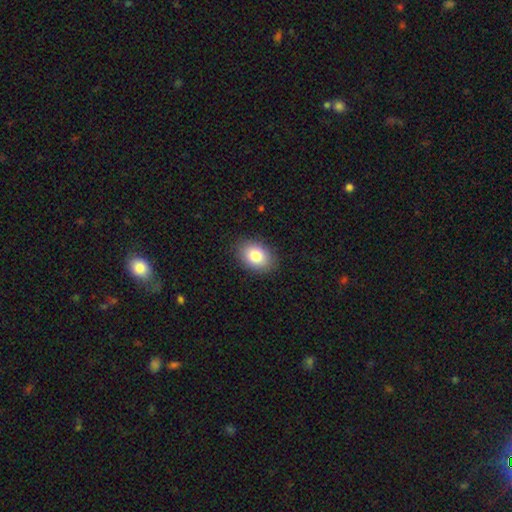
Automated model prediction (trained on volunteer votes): Smooth or featured: smooth — 83% (featured or disk — 9%)
How rounded: in between — 78% (round — 21%)
Merging: none — 88% (minor disturbance — 9%)